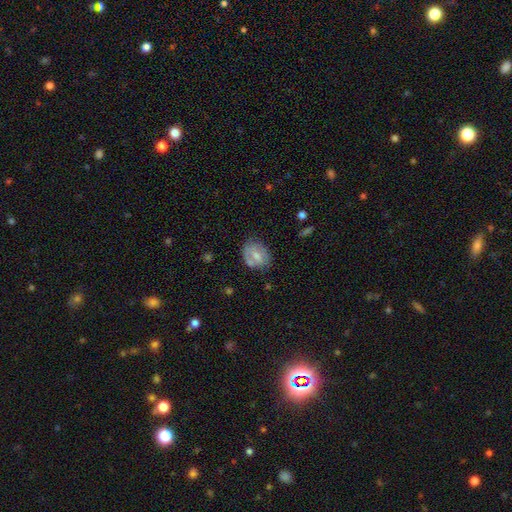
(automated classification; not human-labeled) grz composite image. It shows a smooth galaxy with no disk features (55%) that is in between round and cigar-shaped (58%). Merging: none (62%).